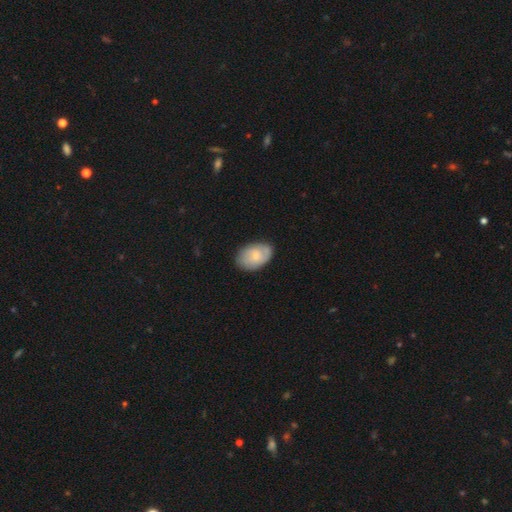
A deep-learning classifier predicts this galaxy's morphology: The model was most divided on "smooth or featured": smooth: 63%, featured or disk: 31%, star or artifact: 6%. More confident: how rounded — in between (86%); merging — none (78%).